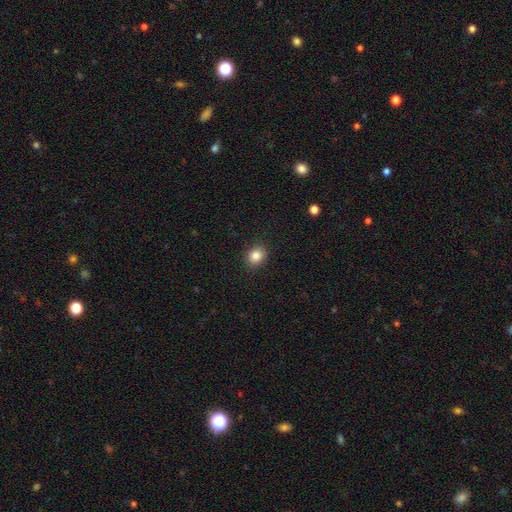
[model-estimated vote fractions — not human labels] Smooth or featured? smooth (86%)
How rounded? round (61%)
Merging? none (90%)